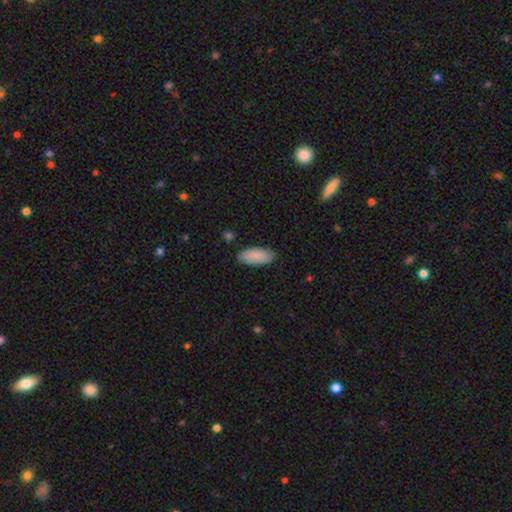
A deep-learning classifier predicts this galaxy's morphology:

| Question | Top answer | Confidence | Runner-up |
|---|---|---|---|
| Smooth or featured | smooth | 89% | star or artifact (6%) |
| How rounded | in between | 88% | cigar-shaped (10%) |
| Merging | none | 86% | minor disturbance (11%) |